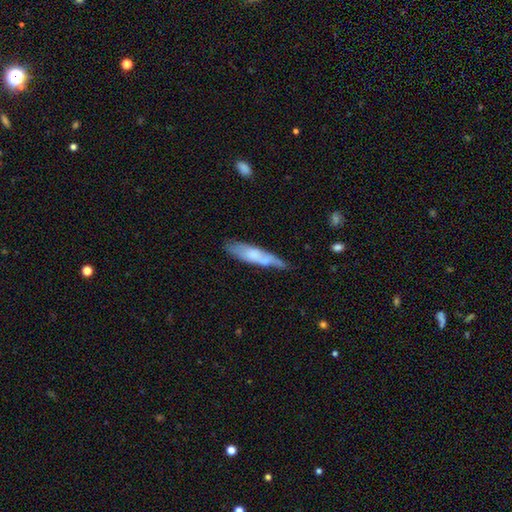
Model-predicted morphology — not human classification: Smooth or featured? Predicted: smooth (p=0.55). How rounded? Predicted: cigar-shaped (p=0.74). Merging? Predicted: none (p=0.56).